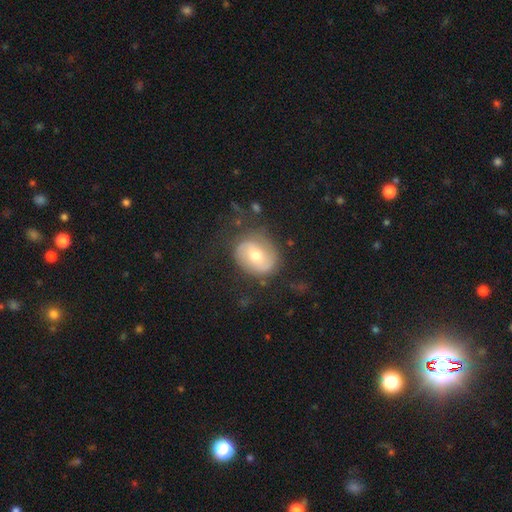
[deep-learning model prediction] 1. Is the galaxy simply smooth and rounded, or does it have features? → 55% featured or disk, 38% smooth, 7% star or artifact.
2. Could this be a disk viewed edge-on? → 96% no, 4% yes.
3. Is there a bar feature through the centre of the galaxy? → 43% weak, 39% no, 18% strong.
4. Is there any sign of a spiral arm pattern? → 75% yes, 25% no.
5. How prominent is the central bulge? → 71% moderate, 20% small, 7% large, 1% dominant, 1% none.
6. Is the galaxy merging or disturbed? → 70% none, 18% minor disturbance, 10% major disturbance, 2% merger.